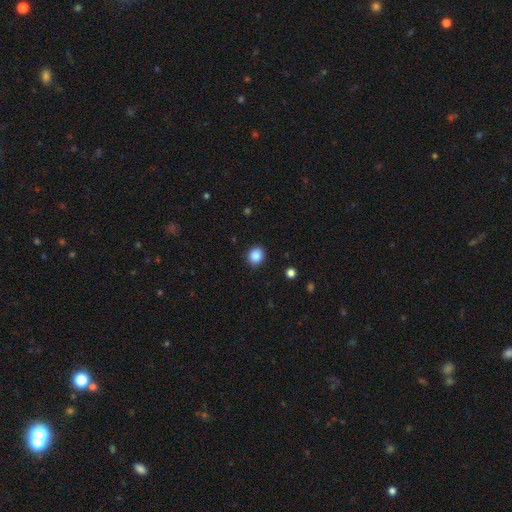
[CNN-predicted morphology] A smooth galaxy with no disk features (87%) that is round (79%).

Vote fractions:
- Smooth or featured? smooth: 87% / star or artifact: 10% / featured or disk: 3%
- How rounded? round: 79% / in between: 20% / cigar-shaped: 1%
- Merging? none: 90% / minor disturbance: 7% / major disturbance: 2% / merger: 1%